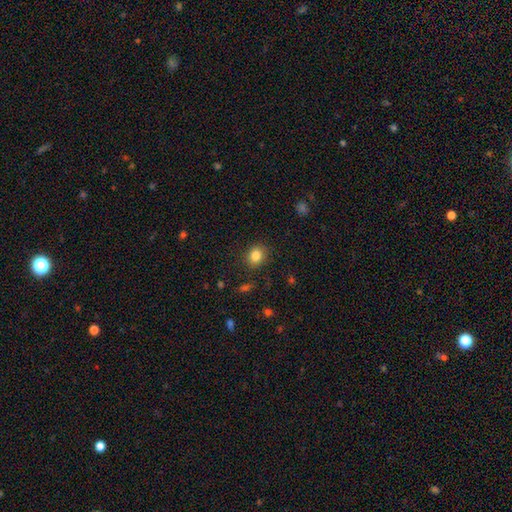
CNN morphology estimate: This is clearly a smooth galaxy (84%). How rounded: possibly round (58%). Merging: clearly none (86%).